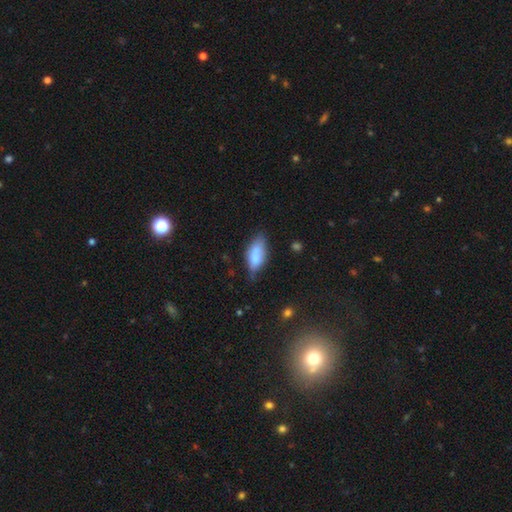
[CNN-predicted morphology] Smooth or featured? smooth (79%)
How rounded? in between (83%)
Merging? none (56%)